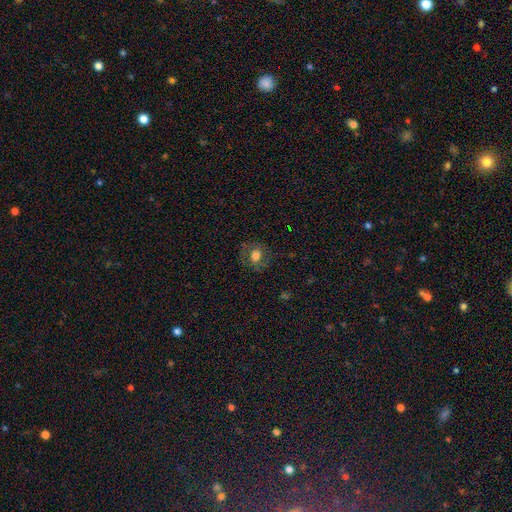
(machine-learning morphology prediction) smooth 60%, featured or disk 27%, star or artifact 13%. Down the decision tree: how rounded — round (58%); merging — none (75%).